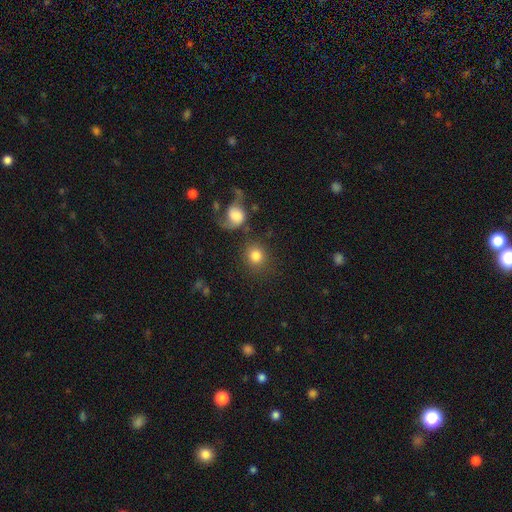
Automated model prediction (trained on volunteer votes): Smooth or featured?
  - smooth: 82% *
  - star or artifact: 9%
  - featured or disk: 9%
How rounded?
  - round: 86% *
  - in between: 13%
  - cigar-shaped: 1%
Merging?
  - none: 68% *
  - merger: 14%
  - minor disturbance: 10%
  - major disturbance: 8%